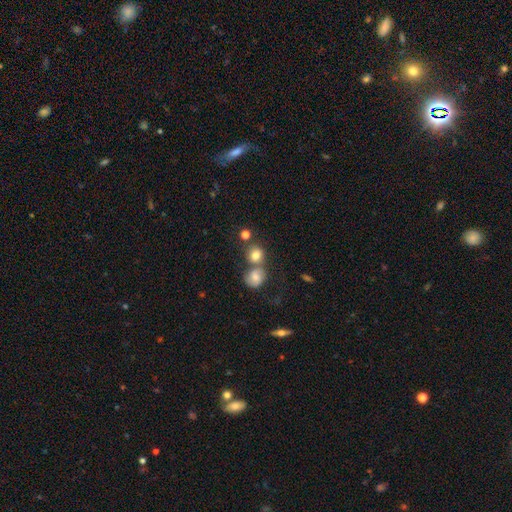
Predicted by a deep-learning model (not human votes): This appears to be a smooth galaxy with no disk features (78%) that is round (82%). Merging: none (48%).